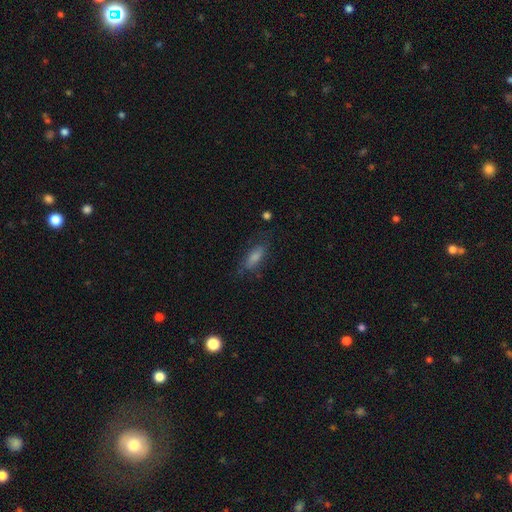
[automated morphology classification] Overall: smooth (62%; featured or disk 26%). How rounded: in between (60%; cigar-shaped 37%). Merging: none (70%).